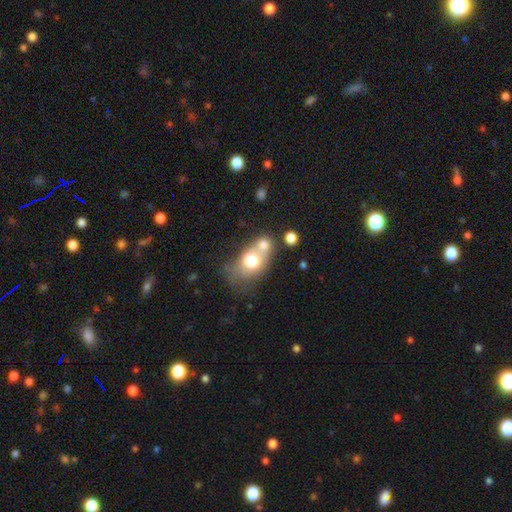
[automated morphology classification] smooth_or_featured: smooth (p=0.64) [alt: featured or disk p=0.23]
how_rounded: in between (p=0.55) [alt: round p=0.43]
merging: merger (p=0.54) [alt: none p=0.25]